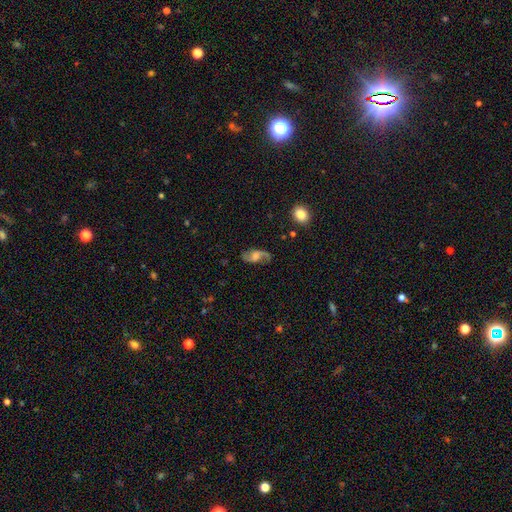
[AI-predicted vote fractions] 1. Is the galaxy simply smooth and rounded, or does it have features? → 79% featured or disk, 14% smooth, 7% star or artifact.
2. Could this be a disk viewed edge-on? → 95% no, 5% yes.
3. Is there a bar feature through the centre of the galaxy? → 47% no, 42% weak, 11% strong.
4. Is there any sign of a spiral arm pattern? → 95% yes, 5% no.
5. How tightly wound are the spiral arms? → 69% loose, 25% medium, 6% tight.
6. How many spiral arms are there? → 91% 2, 3% 1, 3% can't tell, 1% 3, 1% 4, 1% more than 4.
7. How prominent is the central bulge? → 48% moderate, 29% small, 11% large, 10% none, 2% dominant.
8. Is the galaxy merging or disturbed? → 77% none, 15% minor disturbance, 6% major disturbance, 2% merger.